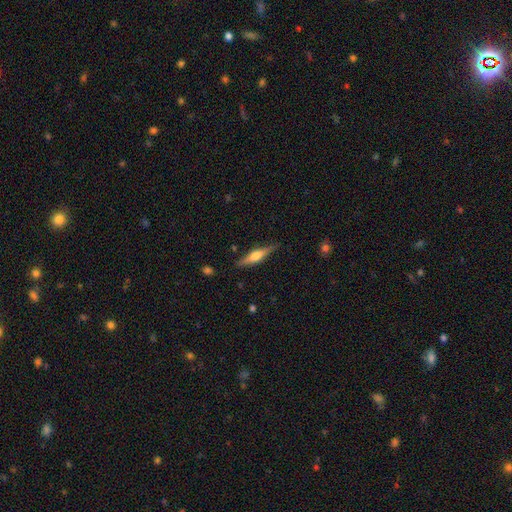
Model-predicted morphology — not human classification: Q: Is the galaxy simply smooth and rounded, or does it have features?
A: featured or disk — 62%.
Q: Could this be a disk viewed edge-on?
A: yes — 96%.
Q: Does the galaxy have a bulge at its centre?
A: rounded — 86%.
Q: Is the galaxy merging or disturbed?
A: none — 86%.